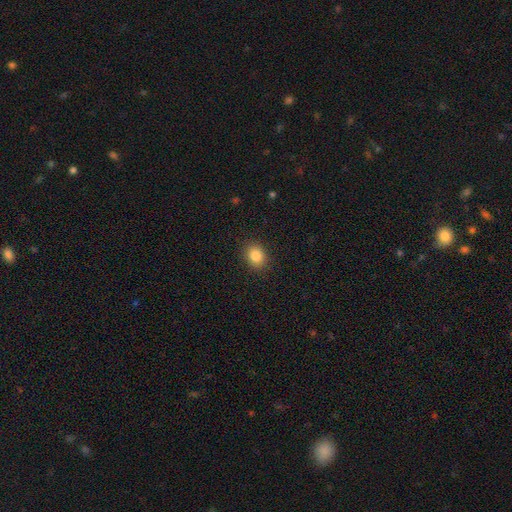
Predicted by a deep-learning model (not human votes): A smooth galaxy with no disk features (85%) that is round (50%). Merging: none (89%).